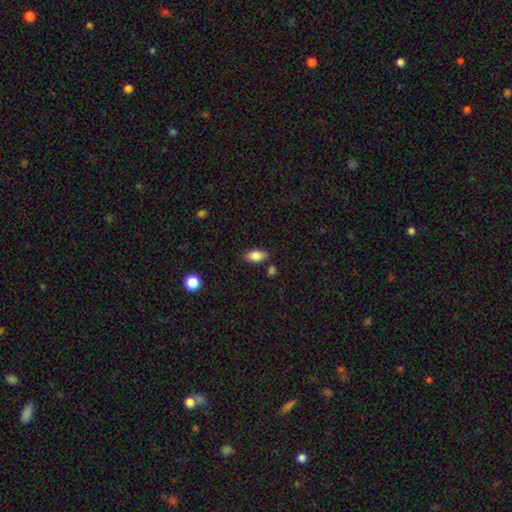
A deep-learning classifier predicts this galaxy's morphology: Smooth or featured? smooth (84%)
How rounded? in between (90%)
Merging? none (81%)